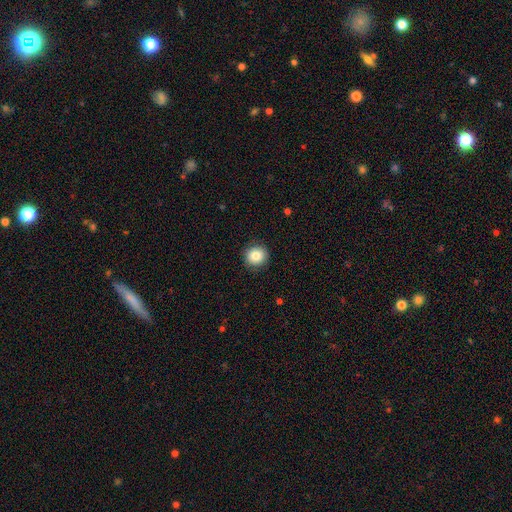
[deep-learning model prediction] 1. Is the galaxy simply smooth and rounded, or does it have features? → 83% smooth, 9% star or artifact, 8% featured or disk.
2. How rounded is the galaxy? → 92% round, 7% in between, 1% cigar-shaped.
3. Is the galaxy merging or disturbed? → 90% none, 7% minor disturbance, 2% major disturbance, 1% merger.